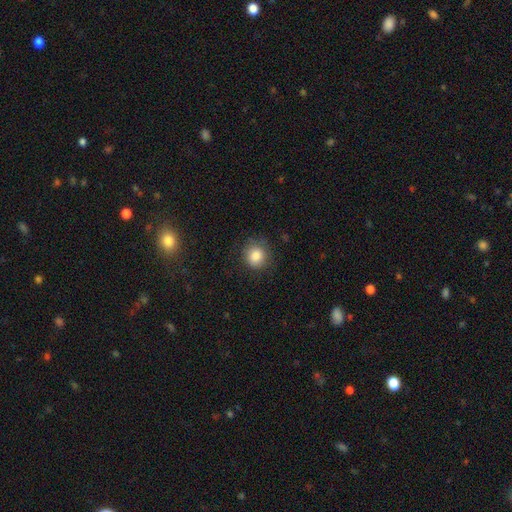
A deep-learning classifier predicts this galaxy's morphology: Smooth or featured: smooth — 86% (star or artifact — 9%)
How rounded: round — 84% (in between — 15%)
Merging: none — 79% (minor disturbance — 15%)